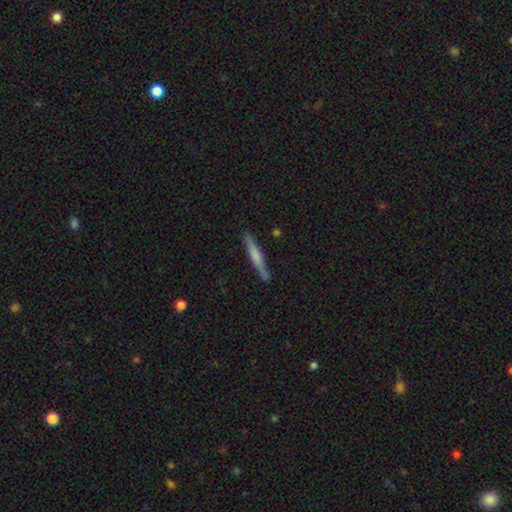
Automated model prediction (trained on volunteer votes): A smooth galaxy with no disk features (52%) that is cigar-shaped (95%). Merging: none (86%).